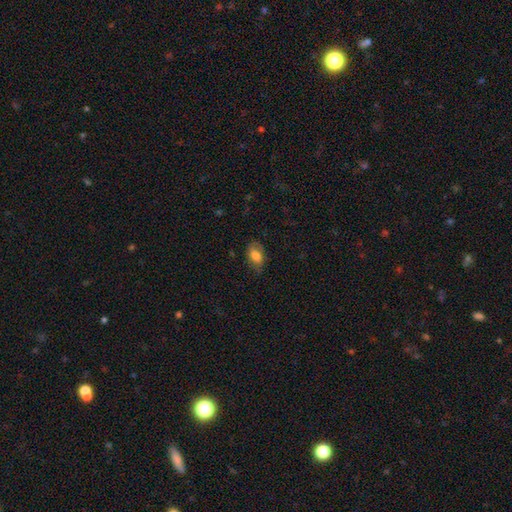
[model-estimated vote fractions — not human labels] The model was most divided on "merging": none: 69%, minor disturbance: 23%, major disturbance: 7%, merger: 1%. More confident: how rounded — in between (89%); smooth or featured — smooth (75%).